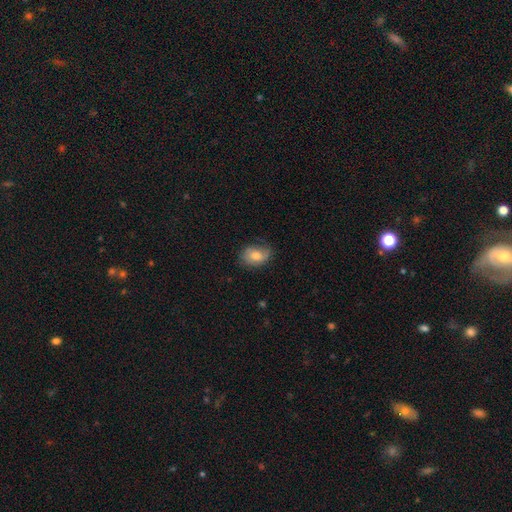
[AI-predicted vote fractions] Smooth or featured? smooth (64%)
How rounded? in between (72%)
Merging? none (65%)